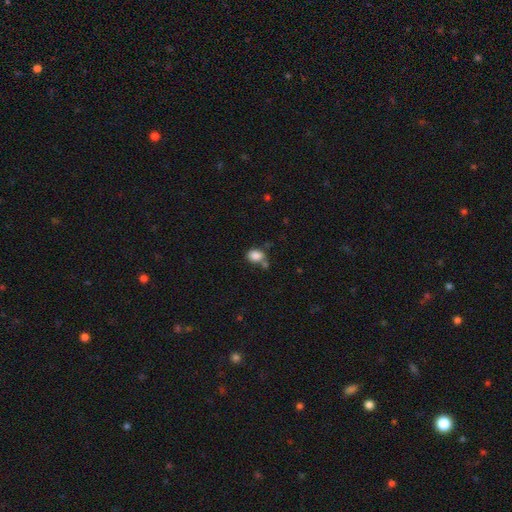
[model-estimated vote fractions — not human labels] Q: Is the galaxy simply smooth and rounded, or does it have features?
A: smooth — 85%.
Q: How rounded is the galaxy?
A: in between — 60%.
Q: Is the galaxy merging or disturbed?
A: none — 54%.